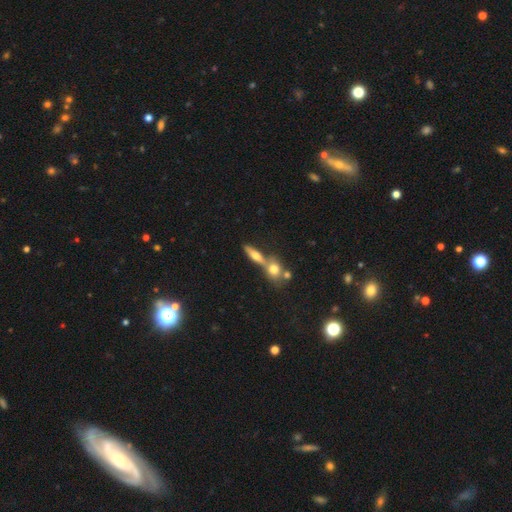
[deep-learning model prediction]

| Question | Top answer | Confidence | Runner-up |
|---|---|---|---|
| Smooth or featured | smooth | 53% | featured or disk (36%) |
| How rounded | cigar-shaped | 49% | in between (41%) |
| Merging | none | 44% | merger (42%) |